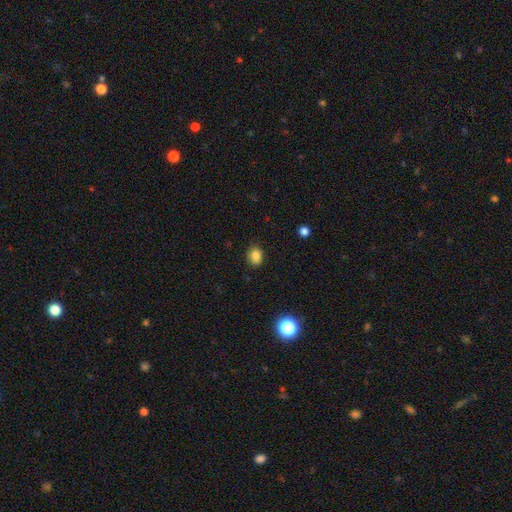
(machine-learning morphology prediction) smooth-or-featured: smooth: 84% | star or artifact: 11% | featured or disk: 5%
  how-rounded: in between: 55% | round: 44% | cigar-shaped: 1%
  merging: none: 86% | minor disturbance: 10% | major disturbance: 2% | merger: 1%